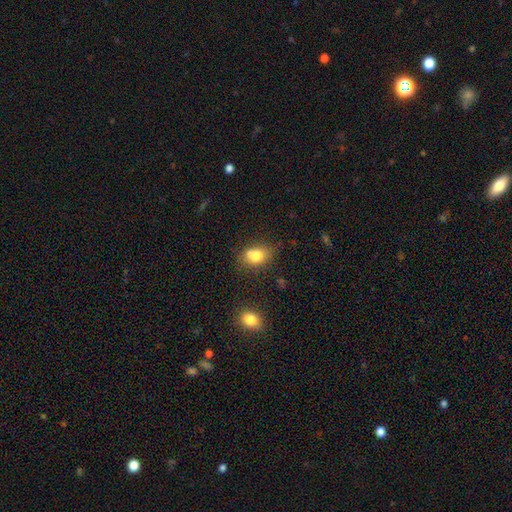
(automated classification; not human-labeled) Smooth or featured? smooth (77%)
How rounded? in between (66%)
Merging? none (55%)